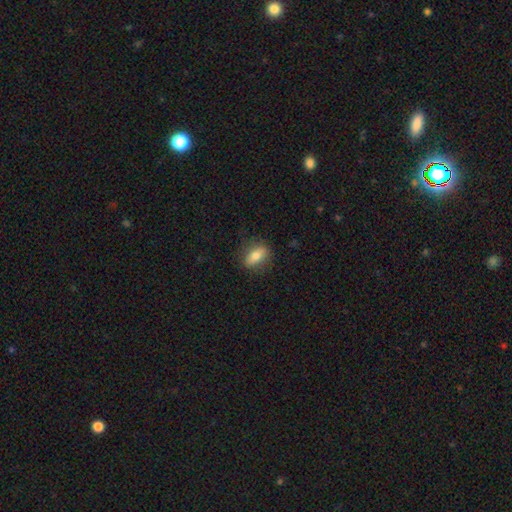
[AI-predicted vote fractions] Q: Smooth or featured?
A: smooth (69%); runner-up: featured or disk (23%)
Q: How rounded?
A: in between (76%); runner-up: cigar-shaped (12%)
Q: Merging?
A: none (81%); runner-up: minor disturbance (14%)